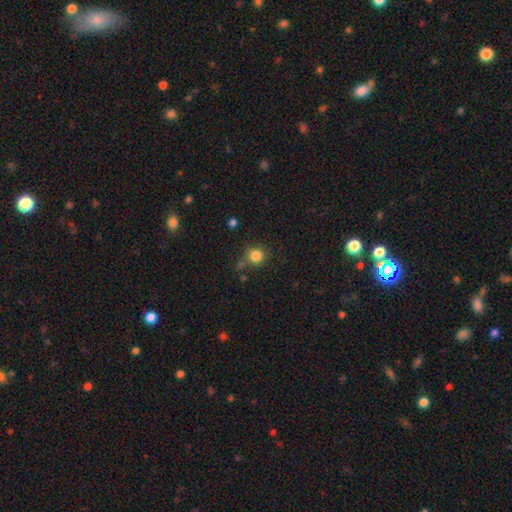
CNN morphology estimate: This appears to be a smooth galaxy with no disk features (83%) that is round (92%). Merging: none (71%).